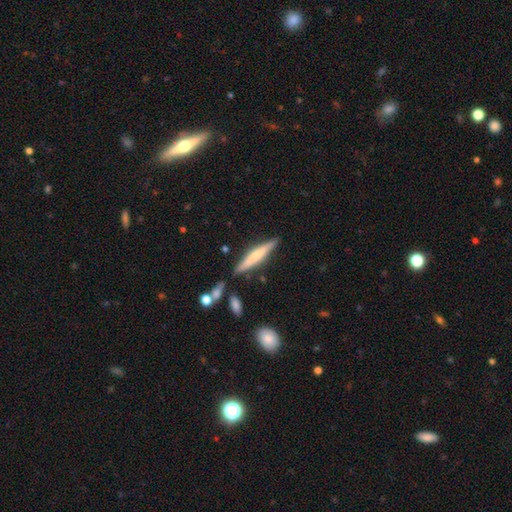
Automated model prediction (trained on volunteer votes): Smooth or featured: smooth — 48% (featured or disk — 46%)
Merging: none — 82% (minor disturbance — 11%)